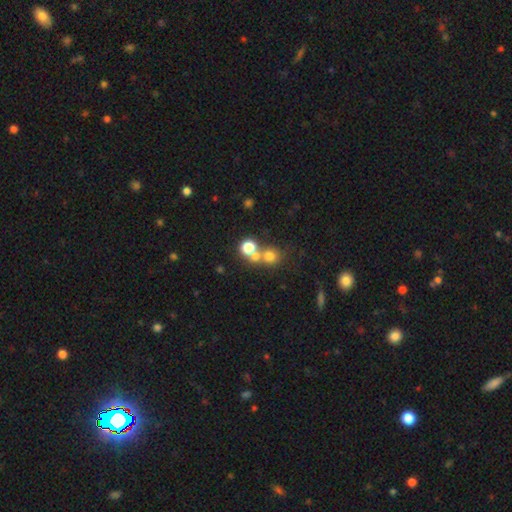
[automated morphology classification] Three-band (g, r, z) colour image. It shows a smooth galaxy with no disk features (67%) that is round (85%). Merging: none (47%).